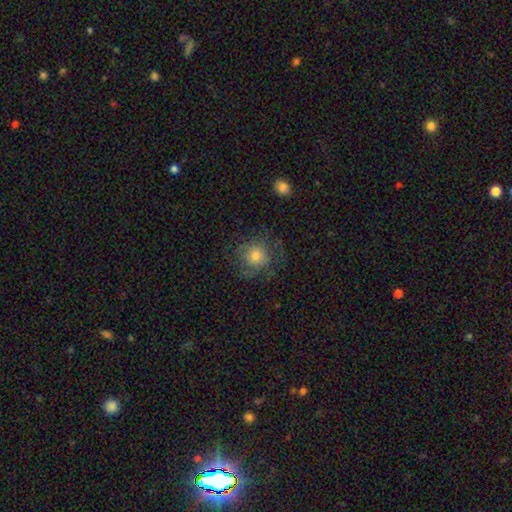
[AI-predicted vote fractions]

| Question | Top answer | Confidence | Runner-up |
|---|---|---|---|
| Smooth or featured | smooth | 71% | featured or disk (18%) |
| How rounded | round | 90% | in between (9%) |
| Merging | none | 71% | minor disturbance (17%) |